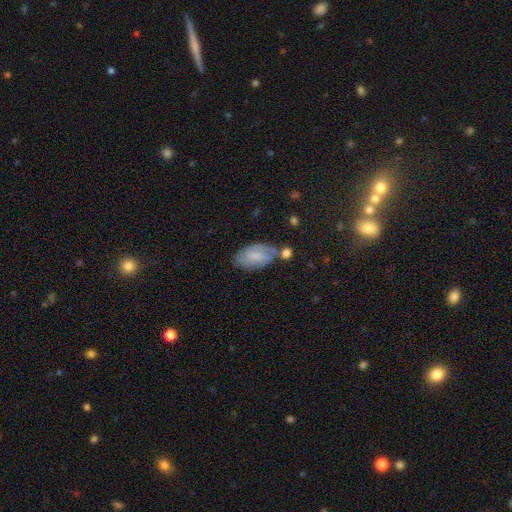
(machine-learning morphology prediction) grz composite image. It shows a smooth galaxy with no disk features (51%) that is in between round and cigar-shaped (91%). Merging: none (51%).